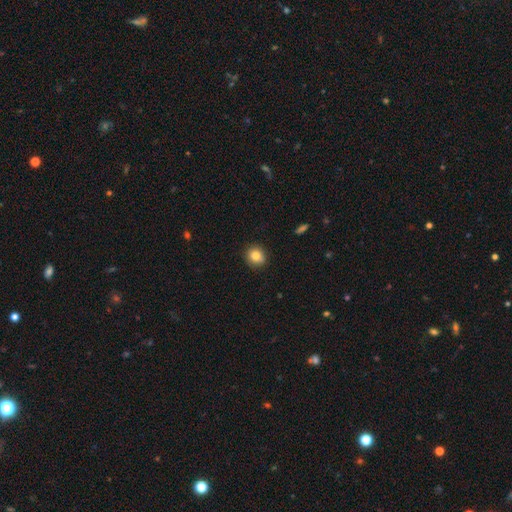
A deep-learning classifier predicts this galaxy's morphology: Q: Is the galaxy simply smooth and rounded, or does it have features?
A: smooth — 83%.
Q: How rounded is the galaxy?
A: round — 83%.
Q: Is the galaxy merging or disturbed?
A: none — 87%.